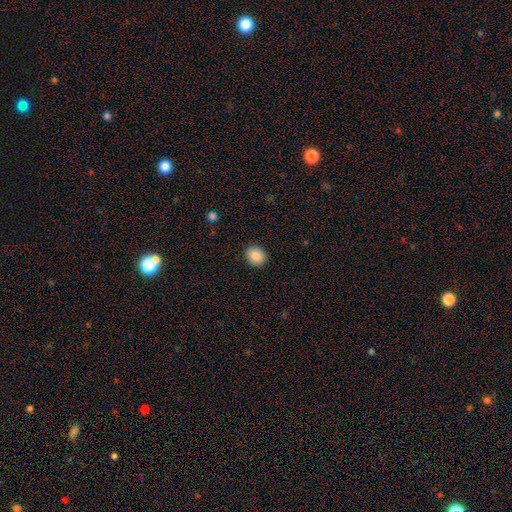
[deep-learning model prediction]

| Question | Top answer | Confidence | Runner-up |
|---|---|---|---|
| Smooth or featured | smooth | 88% | star or artifact (8%) |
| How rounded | round | 69% | in between (30%) |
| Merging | none | 91% | minor disturbance (6%) |